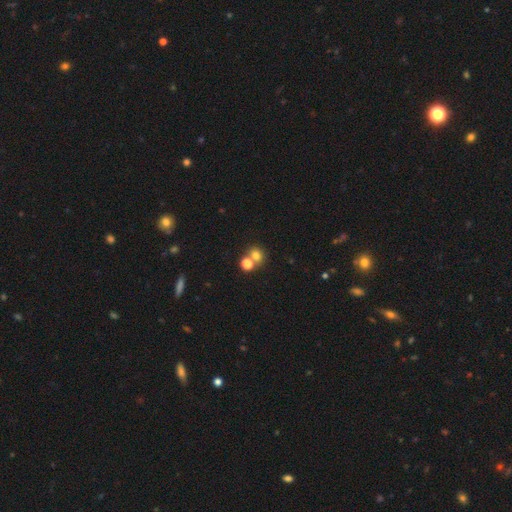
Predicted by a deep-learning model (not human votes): Overall: smooth (73%). How rounded: round (70%). Merging: none (47%; merger 41%).